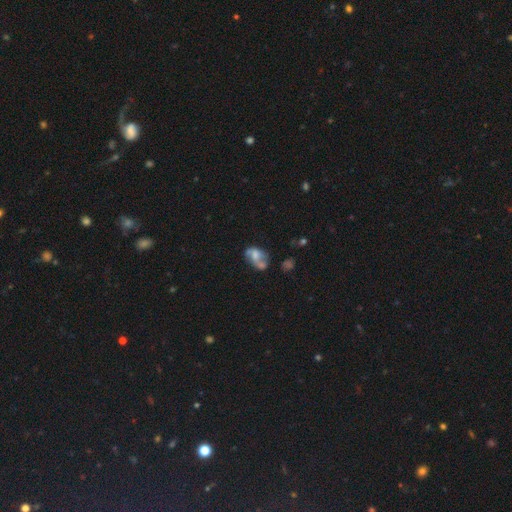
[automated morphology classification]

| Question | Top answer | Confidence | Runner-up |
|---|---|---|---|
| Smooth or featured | featured or disk | 46% | smooth (44%) |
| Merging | merger | 39% | none (28%) |